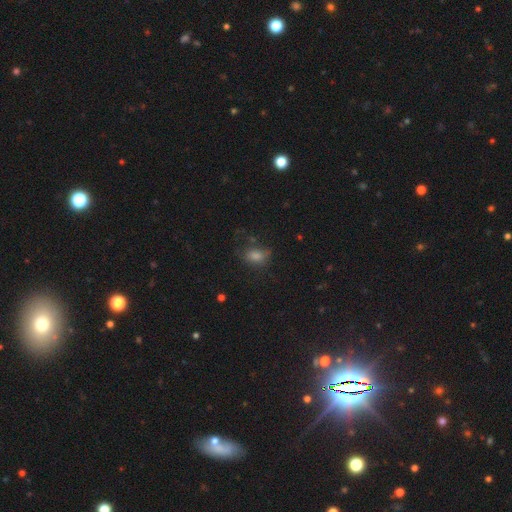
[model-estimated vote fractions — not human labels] Q: Smooth or featured?
A: smooth (70%); runner-up: star or artifact (19%)
Q: How rounded?
A: in between (73%); runner-up: round (25%)
Q: Merging?
A: none (62%); runner-up: minor disturbance (23%)